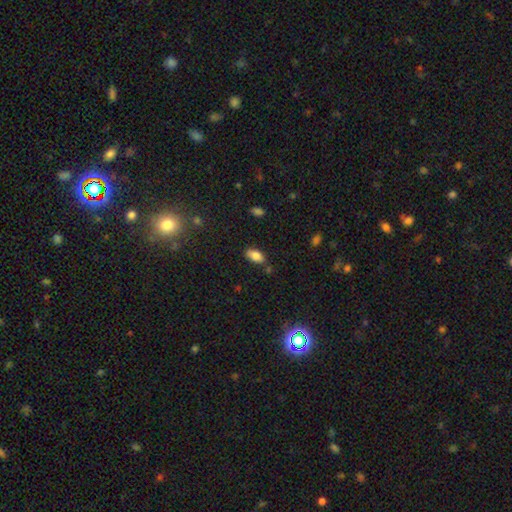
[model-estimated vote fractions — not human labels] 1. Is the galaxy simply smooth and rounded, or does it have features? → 84% smooth, 8% star or artifact, 8% featured or disk.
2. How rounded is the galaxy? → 92% in between, 5% cigar-shaped, 4% round.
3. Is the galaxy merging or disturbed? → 73% none, 18% minor disturbance, 5% merger, 4% major disturbance.